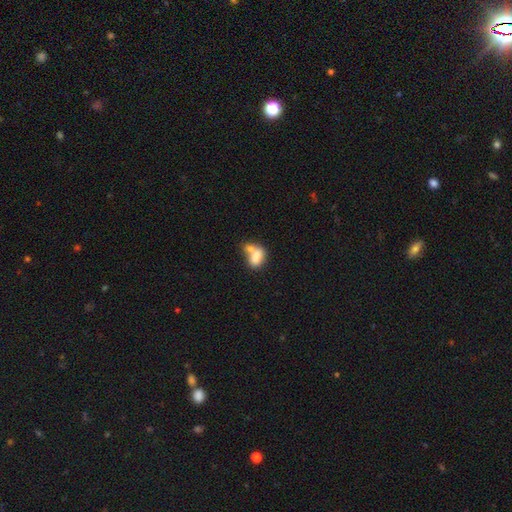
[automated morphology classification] Smooth or featured? Predicted: smooth (p=0.77). How rounded? Predicted: in between (p=0.84). Merging? Predicted: merger (p=0.57).